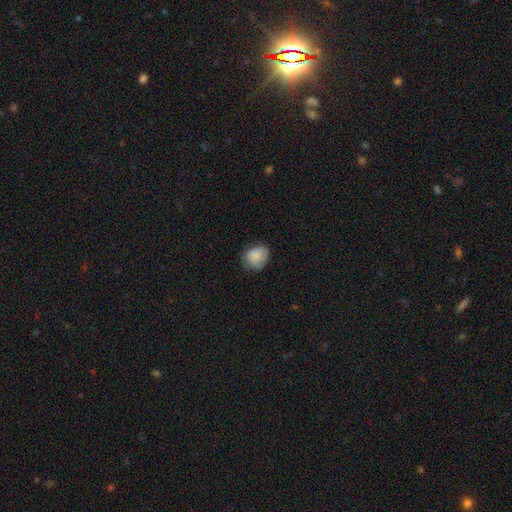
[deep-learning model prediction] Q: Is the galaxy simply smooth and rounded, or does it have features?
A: smooth — 84%.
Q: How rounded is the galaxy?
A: round — 58%.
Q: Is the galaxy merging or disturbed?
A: none — 63%.